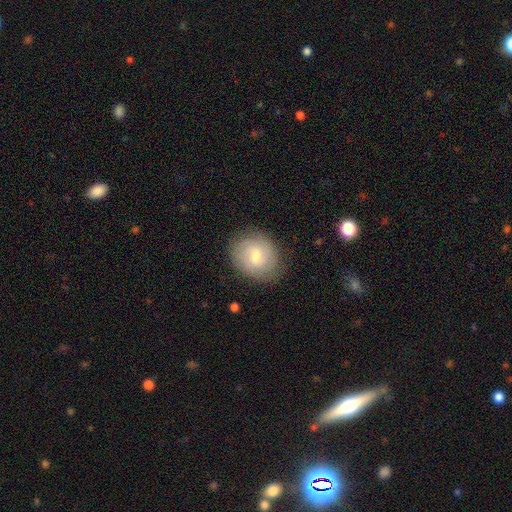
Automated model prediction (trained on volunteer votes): This is possibly a featured or disk galaxy (51%). It is clearly not viewed edge-on (97%). Merging: clearly none (81%).